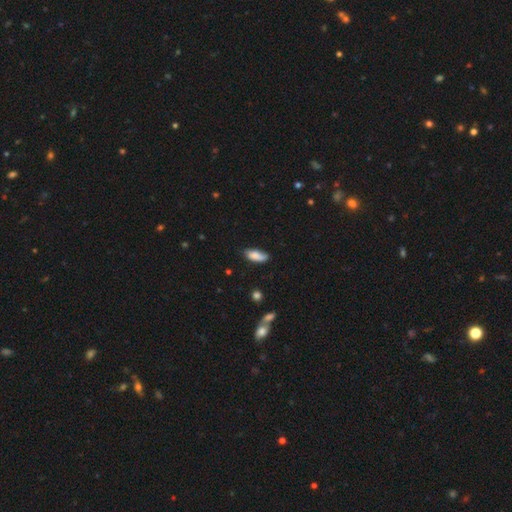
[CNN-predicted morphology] The model was most divided on "merging": none: 62%, minor disturbance: 30%, major disturbance: 6%, merger: 3%. More confident: smooth or featured — smooth (82%); how rounded — in between (80%).